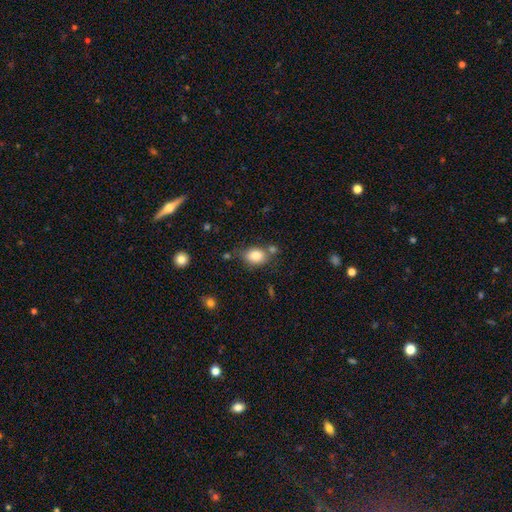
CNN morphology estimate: This is clearly a smooth galaxy (83%). How rounded: likely in between (65%). Merging: likely none (62%).